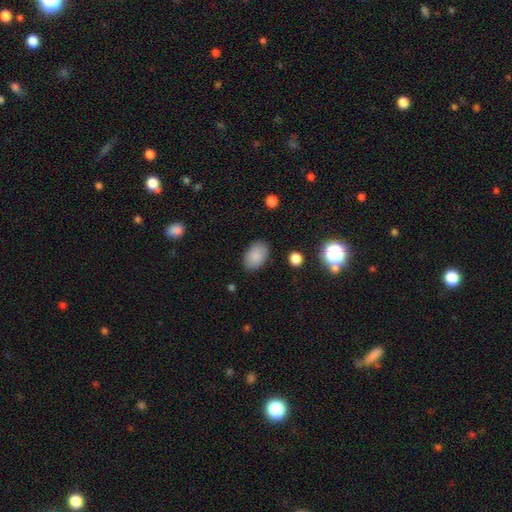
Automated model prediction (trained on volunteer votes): smooth-or-featured: smooth: 87% | star or artifact: 8% | featured or disk: 5%
  how-rounded: in between: 88% | round: 10% | cigar-shaped: 1%
  merging: none: 86% | minor disturbance: 10% | major disturbance: 3% | merger: 1%